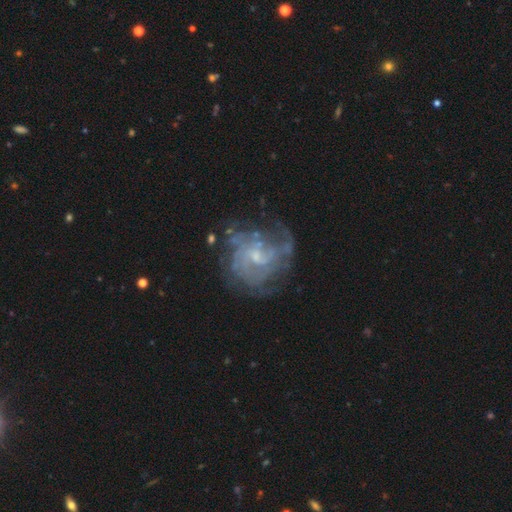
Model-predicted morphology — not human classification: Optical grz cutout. It shows a featured or disk galaxy (80%) with no bar (54%), tight (45%) spiral arms (81%) and a small central bulge (58%). Merging: none (58%).